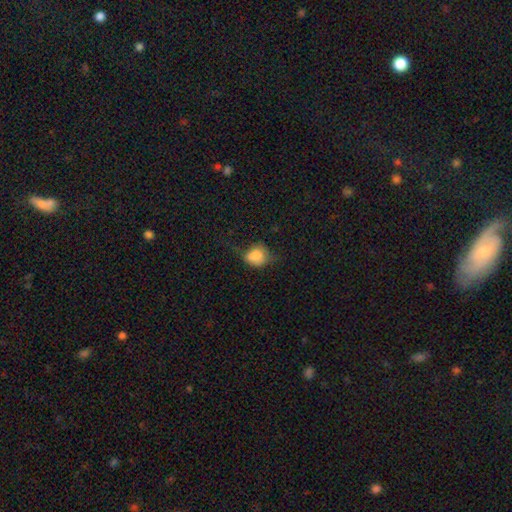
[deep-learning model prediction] Smooth or featured? Predicted: smooth (p=0.77). How rounded? Predicted: round (p=0.53). Merging? Predicted: minor disturbance (p=0.36, tied with none).